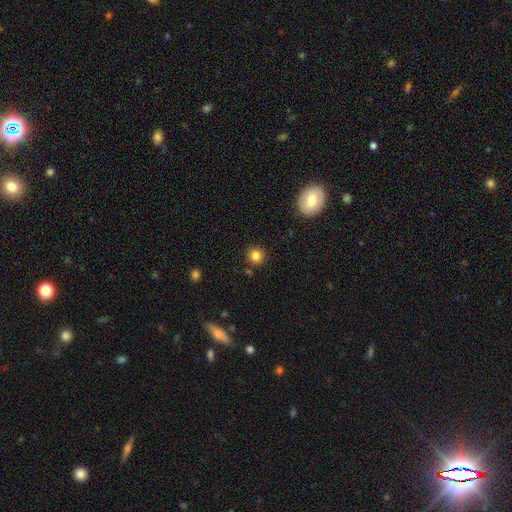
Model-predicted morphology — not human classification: A smooth galaxy with no disk features (83%) that is round (92%). Merging: none (88%).